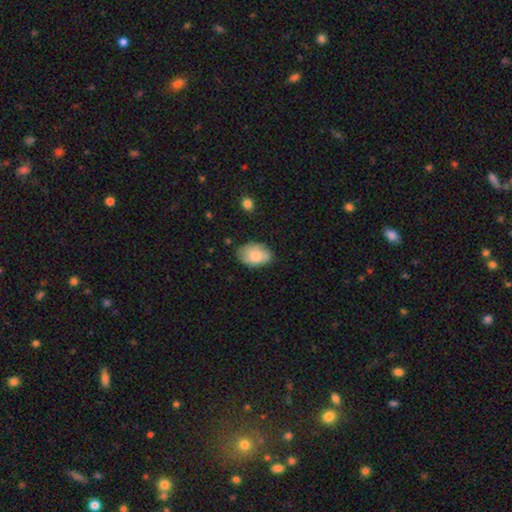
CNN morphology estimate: Smooth or featured: smooth — 77% (featured or disk — 17%)
How rounded: in between — 87% (round — 12%)
Merging: none — 73% (minor disturbance — 21%)